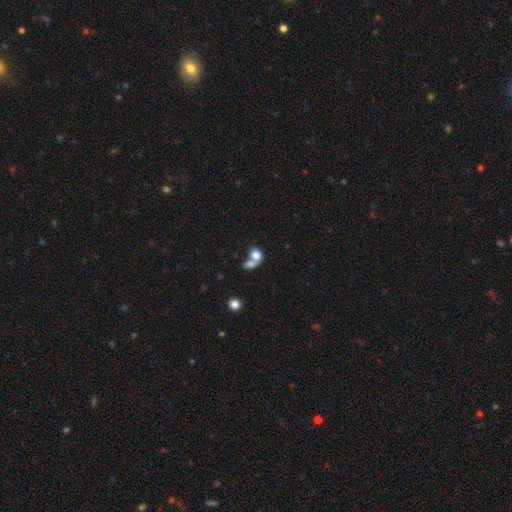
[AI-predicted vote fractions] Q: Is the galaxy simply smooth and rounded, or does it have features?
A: smooth — 76%.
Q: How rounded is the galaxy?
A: in between — 55%.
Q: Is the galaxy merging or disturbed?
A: merger — 67%.